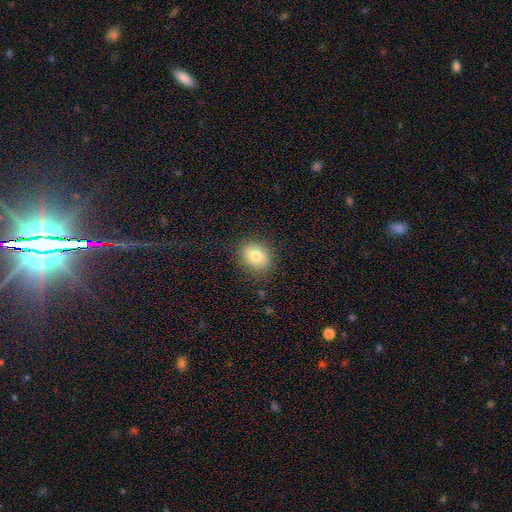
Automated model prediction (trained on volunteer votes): Smooth or featured? Predicted: smooth (p=0.78). How rounded? Predicted: round (p=0.62). Merging? Predicted: none (p=0.84).